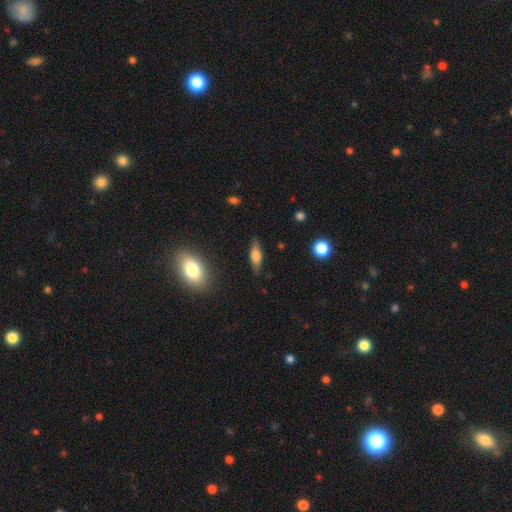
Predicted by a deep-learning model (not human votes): Smooth or featured: smooth — 59% (featured or disk — 33%)
How rounded: in between — 51% (cigar-shaped — 45%)
Merging: none — 84% (minor disturbance — 12%)